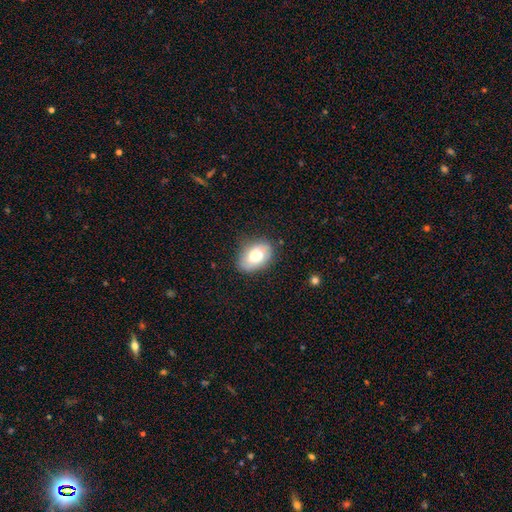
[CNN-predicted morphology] A smooth galaxy with no disk features (70%) that is in between round and cigar-shaped (87%). Merging: none (73%).